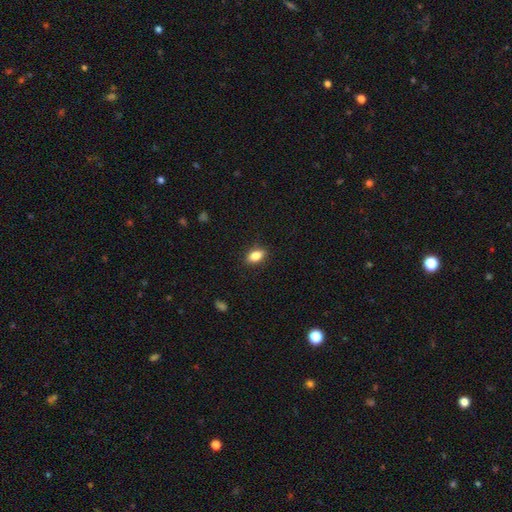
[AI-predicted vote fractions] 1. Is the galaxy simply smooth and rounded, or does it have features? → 84% smooth, 8% featured or disk, 8% star or artifact.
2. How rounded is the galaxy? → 87% in between, 7% round, 6% cigar-shaped.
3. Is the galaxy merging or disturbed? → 88% none, 9% minor disturbance, 2% major disturbance, 1% merger.